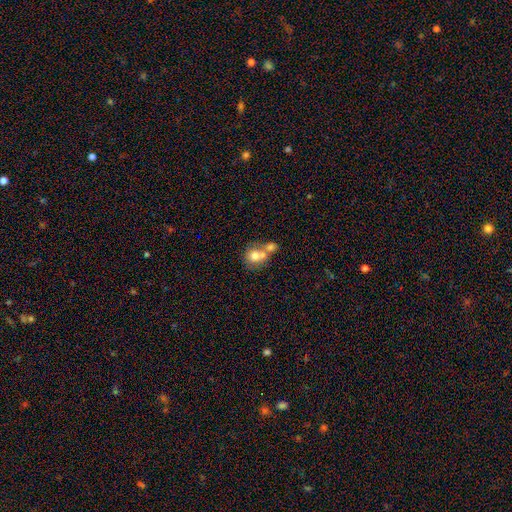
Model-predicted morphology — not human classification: This is likely a smooth galaxy (68%). How rounded: likely round (71%). Merging: likely merger (63%).